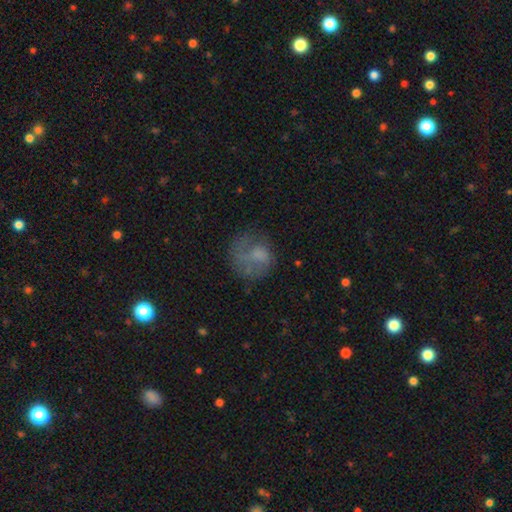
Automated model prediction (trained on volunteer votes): A smooth galaxy with no disk features (58%) that is round (72%).

Vote fractions:
- Smooth or featured? smooth: 58% / featured or disk: 31% / star or artifact: 12%
- How rounded? round: 72% / in between: 27% / cigar-shaped: 1%
- Merging? none: 42% / major disturbance: 32% / minor disturbance: 23% / merger: 3%